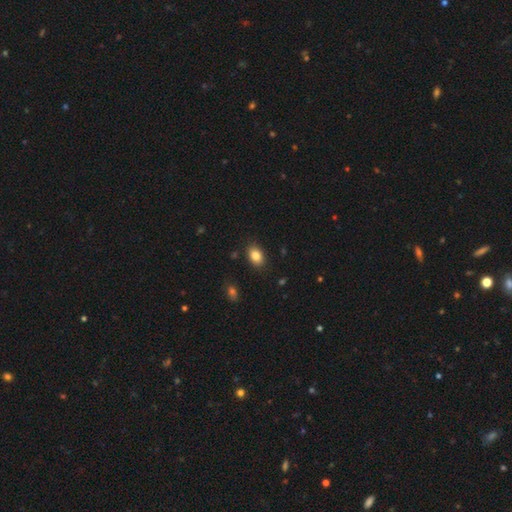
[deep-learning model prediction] The model was most divided on "how rounded": in between: 83%, round: 16%, cigar-shaped: 1%. More confident: merging — none (87%); smooth or featured — smooth (84%).